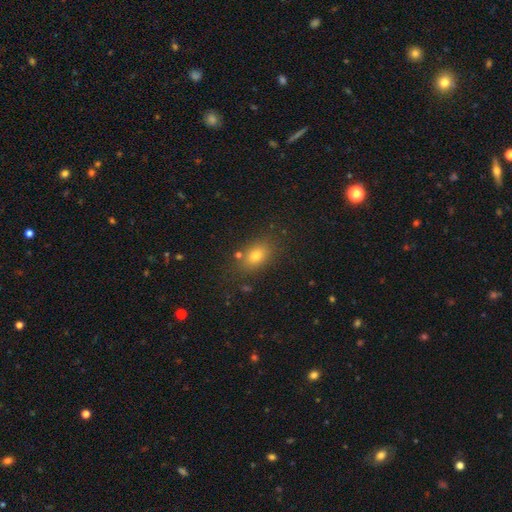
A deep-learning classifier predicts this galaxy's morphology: Smooth or featured? Predicted: smooth (p=0.74). How rounded? Predicted: in between (p=0.75). Merging? Predicted: none (p=0.79).